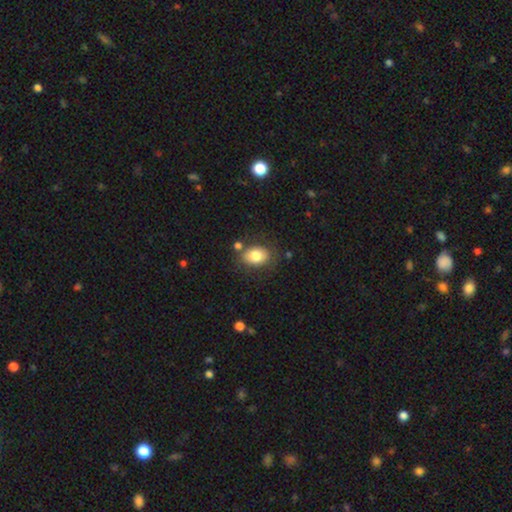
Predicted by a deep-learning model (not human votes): Morphology: type=smooth (81%); roundness=in between (77%); merging=none (75%).